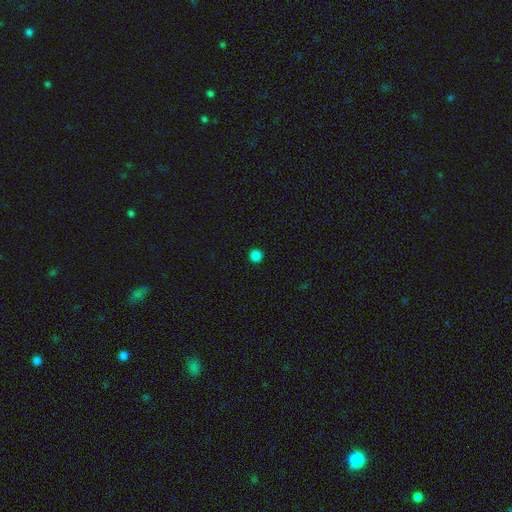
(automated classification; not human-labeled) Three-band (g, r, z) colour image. It shows a smooth galaxy with no disk features (84%) that is round (96%). Merging: none (94%).